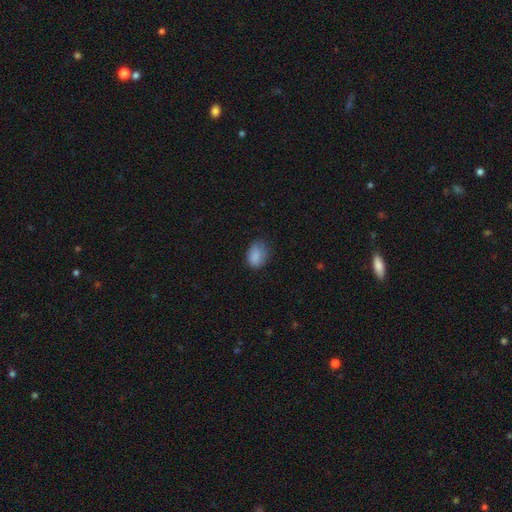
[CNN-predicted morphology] A smooth galaxy with no disk features (86%) that is in between round and cigar-shaped (70%).

Vote fractions:
- Smooth or featured? smooth: 86% / star or artifact: 9% / featured or disk: 5%
- How rounded? in between: 70% / round: 29% / cigar-shaped: 1%
- Merging? none: 64% / minor disturbance: 28% / major disturbance: 7% / merger: 1%